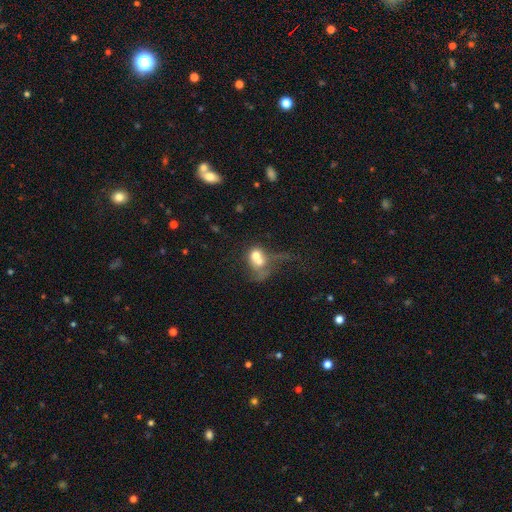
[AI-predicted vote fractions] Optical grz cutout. It shows a smooth galaxy with no disk features (59%) that is round (54%). Merging: merger (68%).